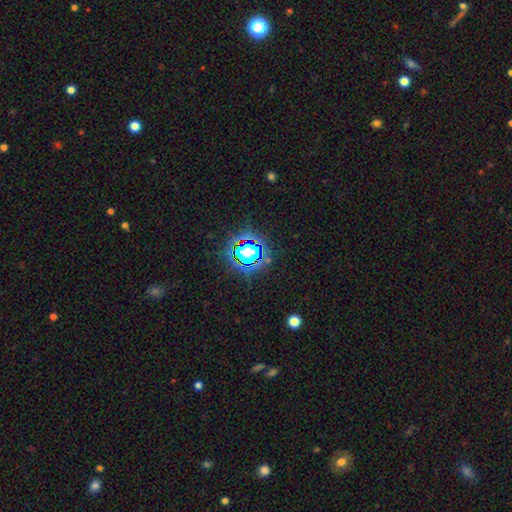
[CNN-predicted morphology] A star or artifact, not a galaxy (75%).